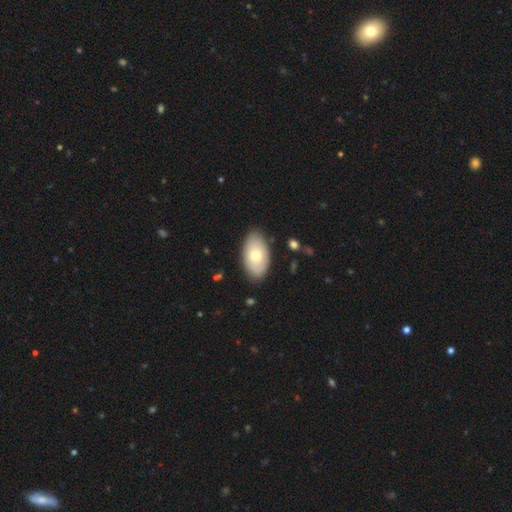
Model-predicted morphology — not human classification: smooth_or_featured: smooth (p=0.69) [alt: featured or disk p=0.26]
how_rounded: in between (p=0.95) [alt: round p=0.04]
merging: none (p=0.83) [alt: minor disturbance p=0.13]